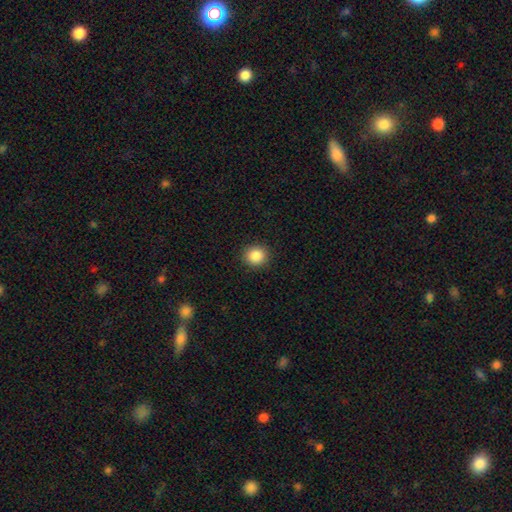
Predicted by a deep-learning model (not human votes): The model was most divided on "smooth or featured": smooth: 87%, star or artifact: 9%, featured or disk: 3%. More confident: merging — none (91%); how rounded — round (89%).